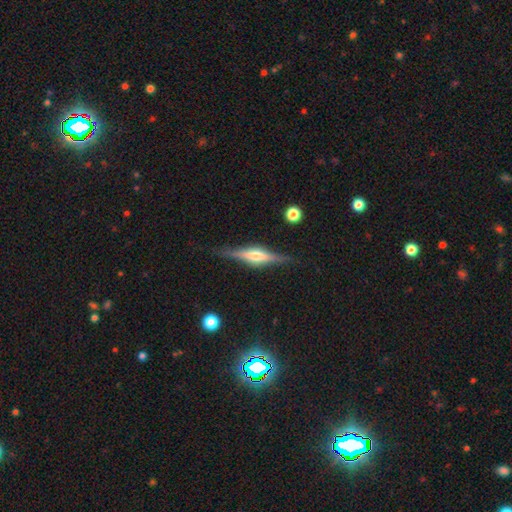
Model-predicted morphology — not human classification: Q: Smooth or featured?
A: featured or disk (76%); runner-up: smooth (18%)
Q: Edge-on disk?
A: yes (97%); runner-up: no (3%)
Q: Edge-on bulge?
A: rounded (80%); runner-up: boxy (15%)
Q: Merging?
A: none (86%); runner-up: minor disturbance (10%)